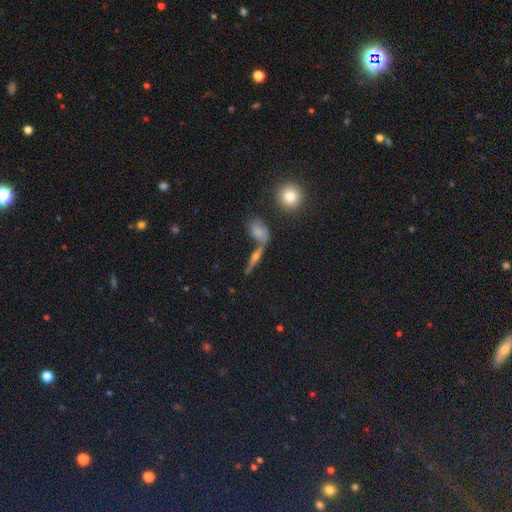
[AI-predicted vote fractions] Overall: featured or disk (43%; smooth 36%). Merging: none (52%; merger 28%).